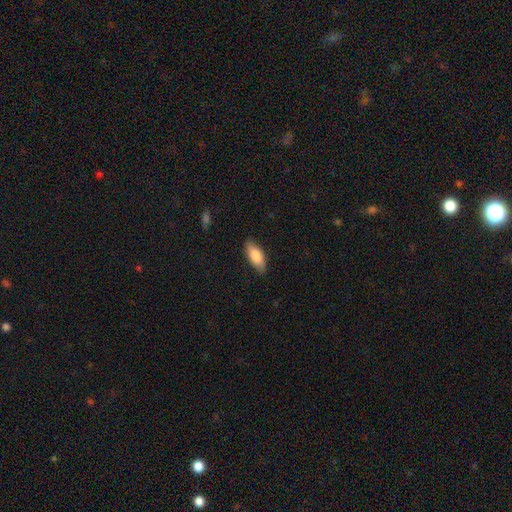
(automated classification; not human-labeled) Q: Smooth or featured?
A: smooth (83%); runner-up: featured or disk (11%)
Q: How rounded?
A: in between (81%); runner-up: cigar-shaped (17%)
Q: Merging?
A: none (83%); runner-up: minor disturbance (13%)